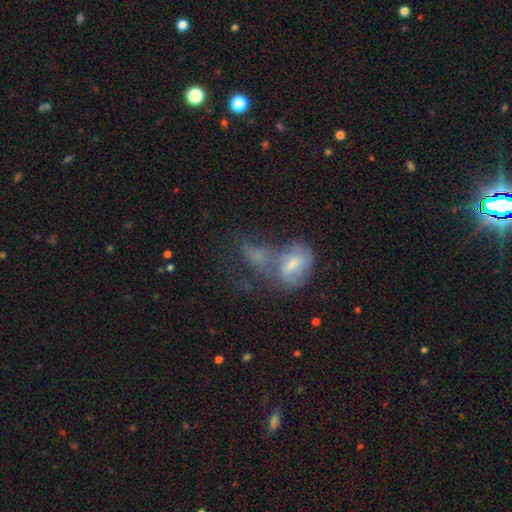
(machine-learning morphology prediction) The model was most divided on "smooth or featured": smooth: 47%, featured or disk: 39%, star or artifact: 14%. More confident: merging — merger (55%).